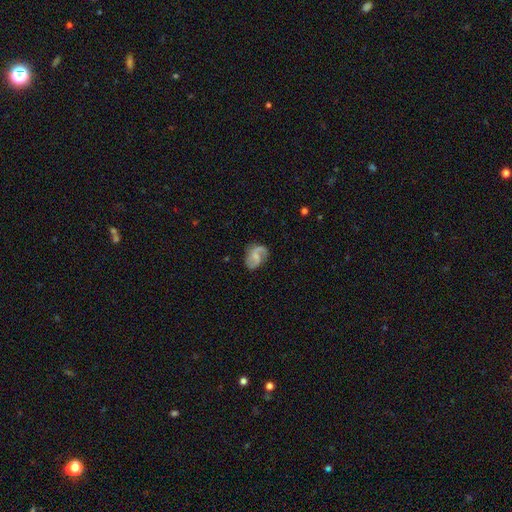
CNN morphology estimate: This appears to be a featured or disk galaxy (72%) with a weak bar (45%), 2 (79%) loose (46%) spiral arms (92%) and a small central bulge (47%). Merging: none (66%).